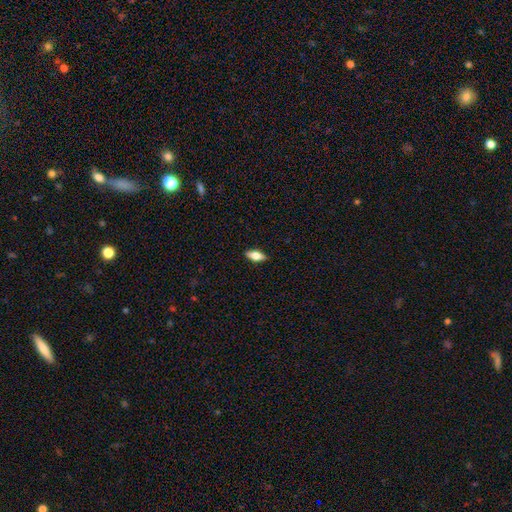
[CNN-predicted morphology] A smooth galaxy with no disk features (69%) that is in between round and cigar-shaped (80%). Merging: none (89%).